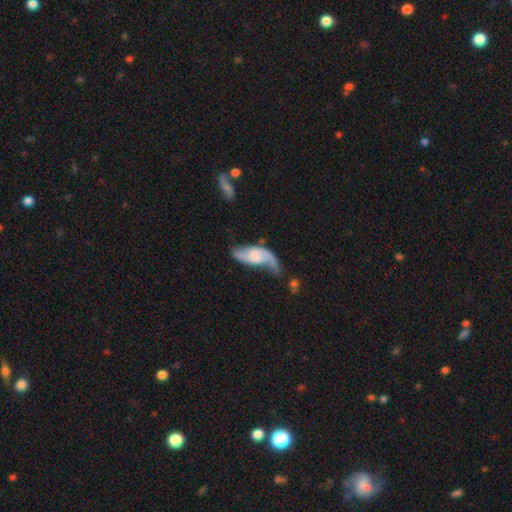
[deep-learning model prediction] The model was most divided on "merging": none: 44%, minor disturbance: 27%, major disturbance: 23%, merger: 7%. Remaining: edge-on disk — no (93%); spiral arms — yes (93%); spiral arm count — 2 (85%); smooth or featured — featured or disk (76%); spiral winding — loose (74%); bar — no (54%); bulge size — none (44%).